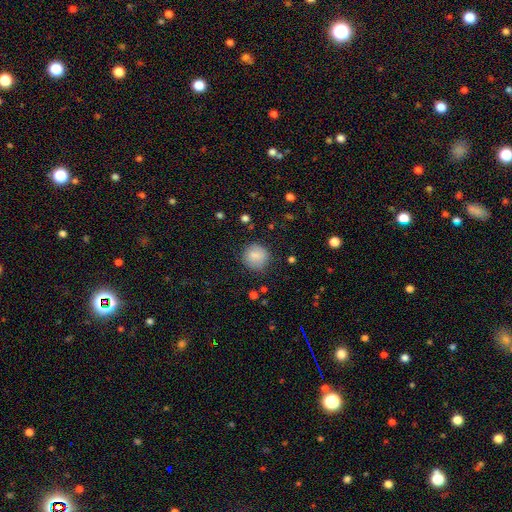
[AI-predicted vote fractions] smooth_or_featured: smooth (p=0.85) [alt: star or artifact p=0.09]
how_rounded: round (p=0.89) [alt: in between p=0.10]
merging: none (p=0.82) [alt: minor disturbance p=0.13]